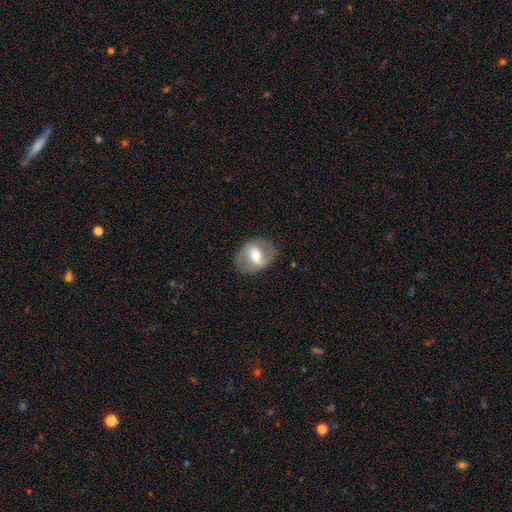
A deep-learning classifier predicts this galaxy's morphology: smooth-or-featured: featured or disk: 61% | smooth: 33% | star or artifact: 7%
  disk-edge-on: no: 94% | yes: 6%
    bar: weak: 42% | strong: 39% | no: 19%
    has-spiral-arms: yes: 63% | no: 37%
    bulge-size: moderate: 66% | small: 20% | large: 12% | dominant: 1% | none: 1%
  merging: none: 78% | minor disturbance: 14% | major disturbance: 7% | merger: 1%